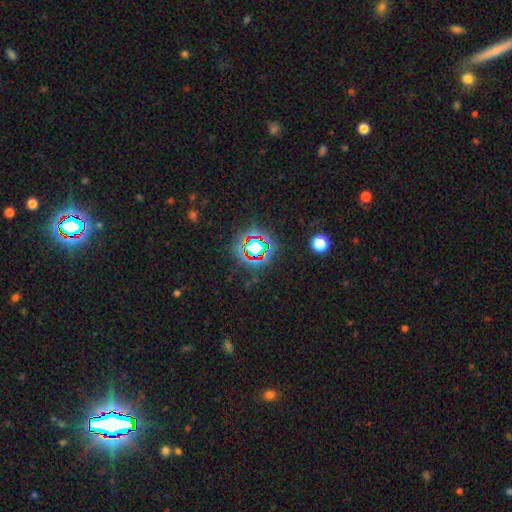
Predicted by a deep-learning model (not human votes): Q: Smooth or featured?
A: star or artifact (78%); runner-up: smooth (13%)